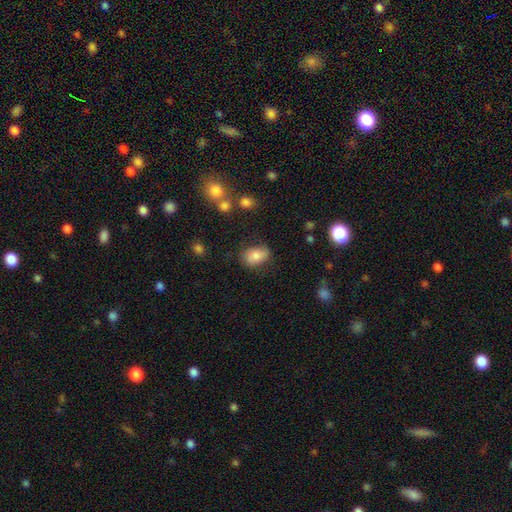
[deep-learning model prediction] Morphology: type=smooth (81%); roundness=in between (79%); merging=none (70%).